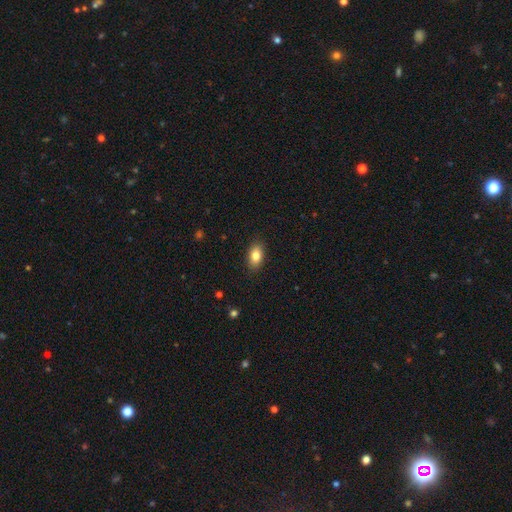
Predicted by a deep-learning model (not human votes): This appears to be a smooth galaxy with no disk features (83%) that is in between round and cigar-shaped (89%). Merging: none (88%).